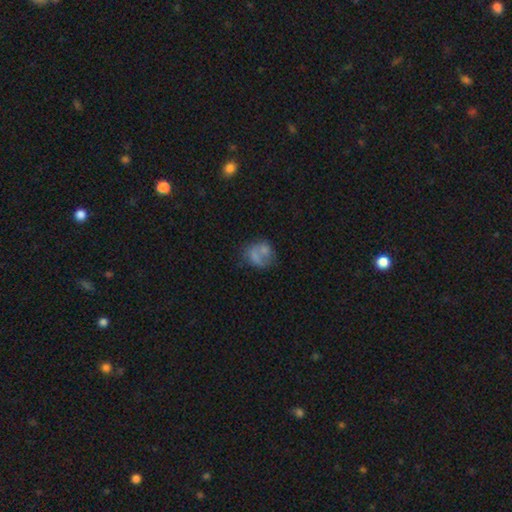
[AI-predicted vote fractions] Q: Smooth or featured?
A: smooth (64%); runner-up: featured or disk (25%)
Q: How rounded?
A: round (58%); runner-up: in between (40%)
Q: Merging?
A: none (35%); runner-up: merger (30%)